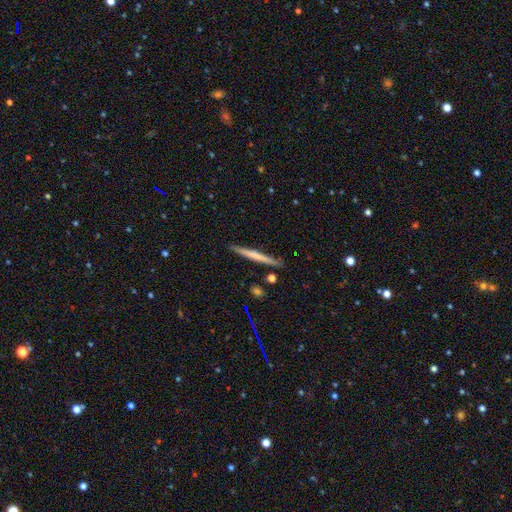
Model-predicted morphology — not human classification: This appears to be a smooth galaxy with no disk features (53%) that is cigar-shaped (97%). Merging: none (90%).